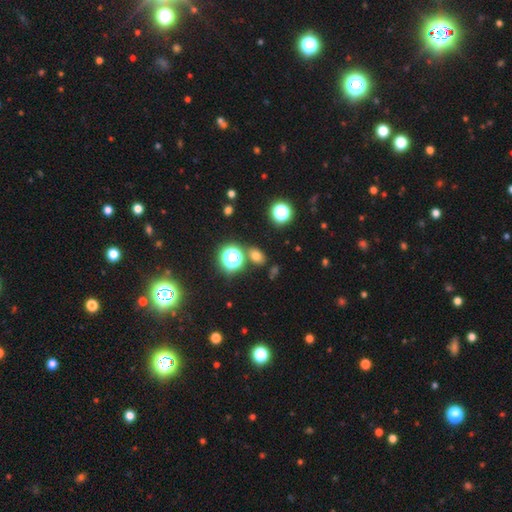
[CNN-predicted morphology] smooth 66%, star or artifact 26%, featured or disk 8%. Down the decision tree: how rounded — in between (64%); merging — none (79%).